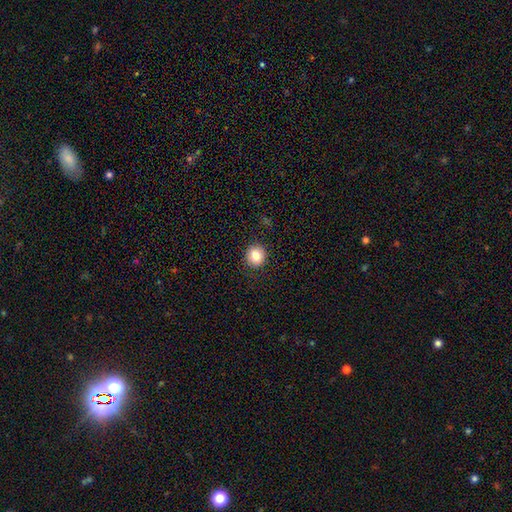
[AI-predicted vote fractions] Overall: smooth (81%). How rounded: round (91%). Merging: none (90%).